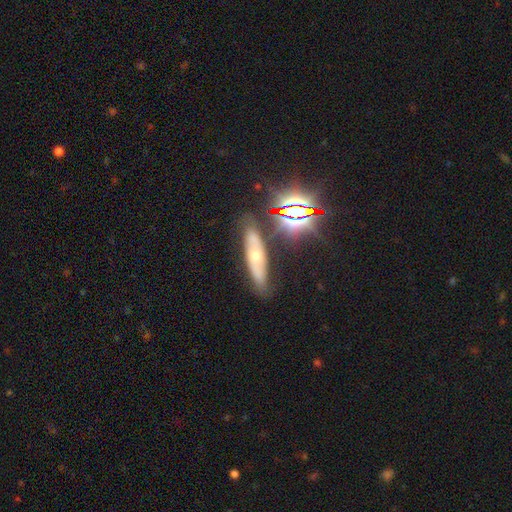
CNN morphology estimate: smooth_or_featured: featured or disk (p=0.47) [alt: smooth p=0.29]
merging: none (p=0.77) [alt: minor disturbance p=0.15]